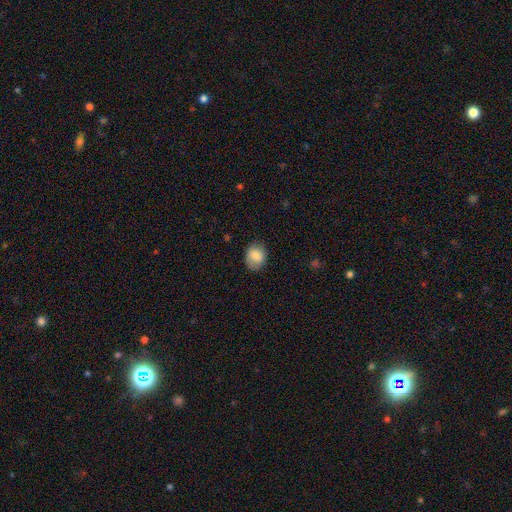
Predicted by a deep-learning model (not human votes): Q: Smooth or featured?
A: smooth (83%); runner-up: featured or disk (9%)
Q: How rounded?
A: round (51%); runner-up: in between (48%)
Q: Merging?
A: none (79%); runner-up: minor disturbance (16%)